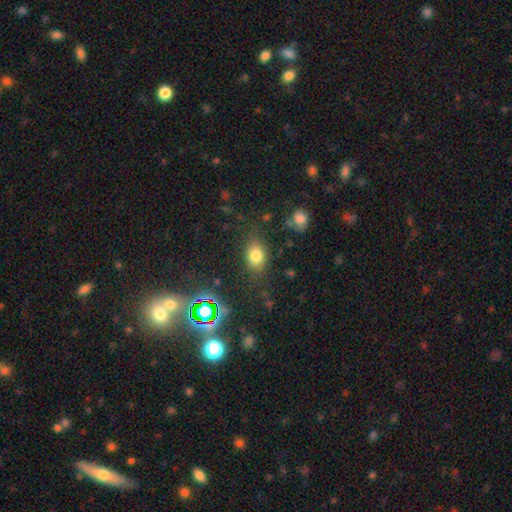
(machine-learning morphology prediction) Smooth or featured? Predicted: smooth (p=0.76). How rounded? Predicted: in between (p=0.67). Merging? Predicted: none (p=0.76).